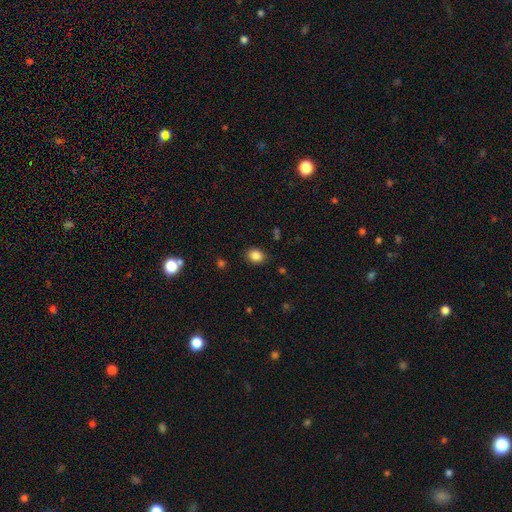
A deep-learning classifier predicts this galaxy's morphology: Smooth or featured: smooth — 85% (star or artifact — 10%)
How rounded: round — 55% (in between — 44%)
Merging: none — 86% (minor disturbance — 10%)